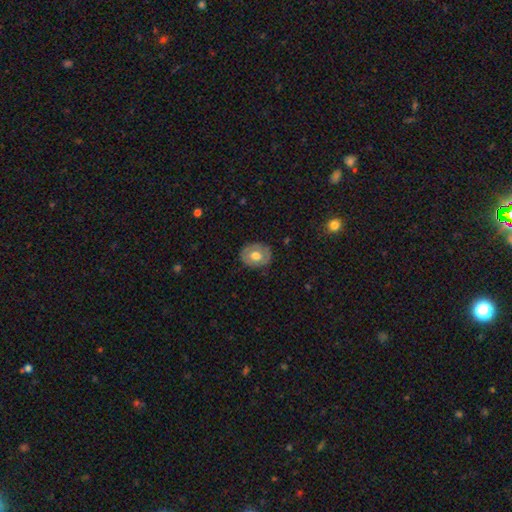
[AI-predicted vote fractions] Smooth or featured? smooth (59%)
How rounded? round (58%)
Merging? none (82%)